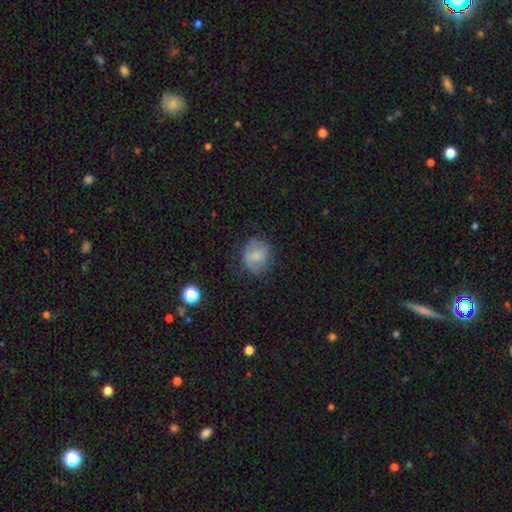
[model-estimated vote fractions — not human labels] Smooth or featured? Predicted: smooth (p=0.69). How rounded? Predicted: round (p=0.73). Merging? Predicted: none (p=0.71).